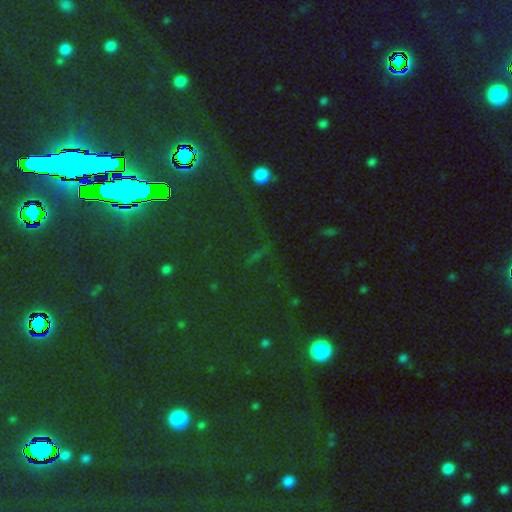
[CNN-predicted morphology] smooth_or_featured: star or artifact (p=0.80) [alt: smooth p=0.11]